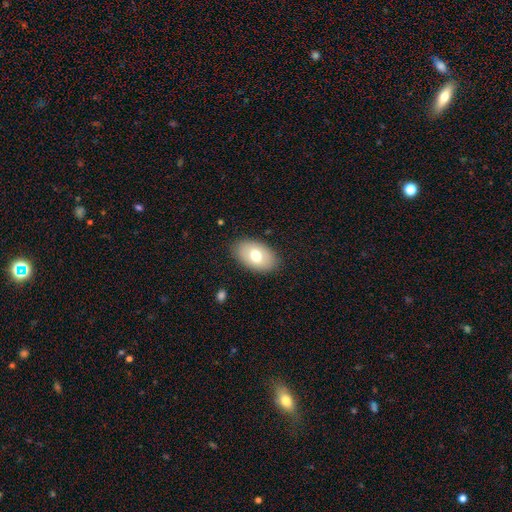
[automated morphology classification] Overall: smooth (69%). How rounded: in between (91%). Merging: none (85%).